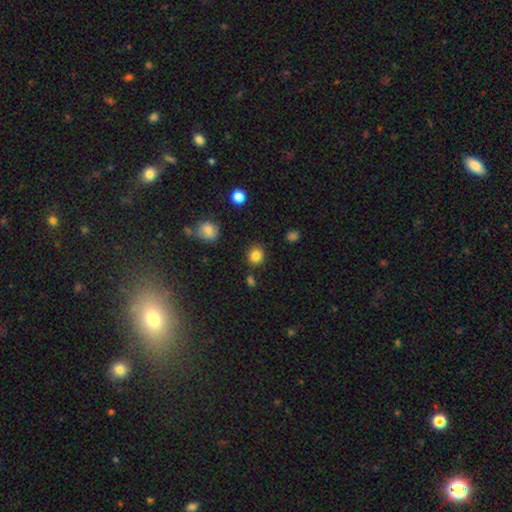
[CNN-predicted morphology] This appears to be a smooth galaxy with no disk features (84%) that is round (86%). Merging: none (85%).